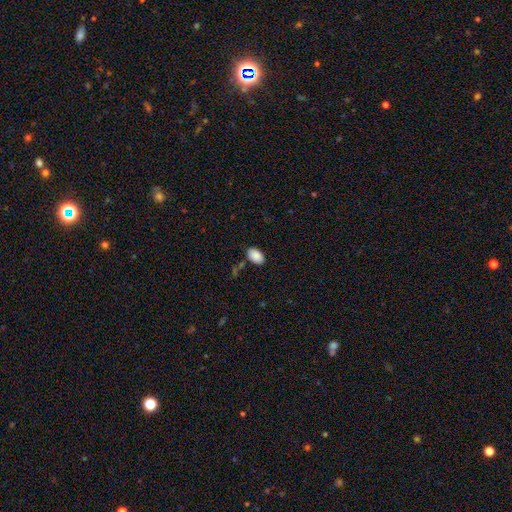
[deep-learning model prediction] A smooth galaxy with no disk features (89%) that is in between round and cigar-shaped (93%).

Vote fractions:
- Smooth or featured? smooth: 89% / star or artifact: 7% / featured or disk: 4%
- How rounded? in between: 93% / round: 6% / cigar-shaped: 1%
- Merging? none: 82% / minor disturbance: 11% / merger: 4% / major disturbance: 3%